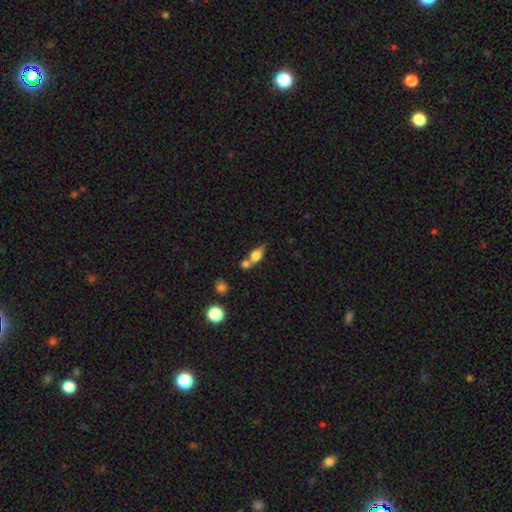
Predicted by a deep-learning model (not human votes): A smooth galaxy with no disk features (62%) that is in between round and cigar-shaped (61%). Merging: merger (42%).